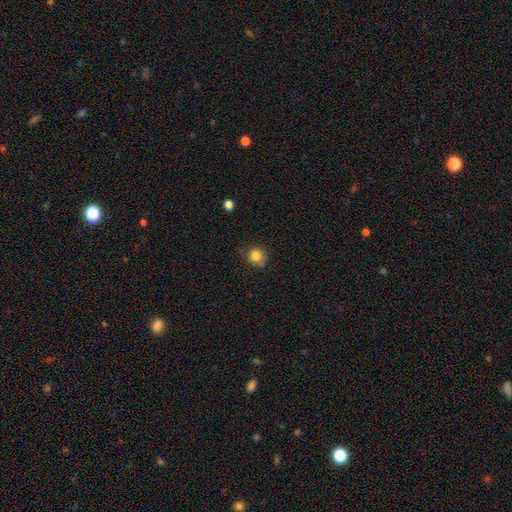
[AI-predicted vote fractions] A smooth galaxy with no disk features (81%) that is round (89%).

Vote fractions:
- Smooth or featured? smooth: 81% / star or artifact: 11% / featured or disk: 7%
- How rounded? round: 89% / in between: 10% / cigar-shaped: 1%
- Merging? none: 70% / minor disturbance: 19% / merger: 7% / major disturbance: 5%